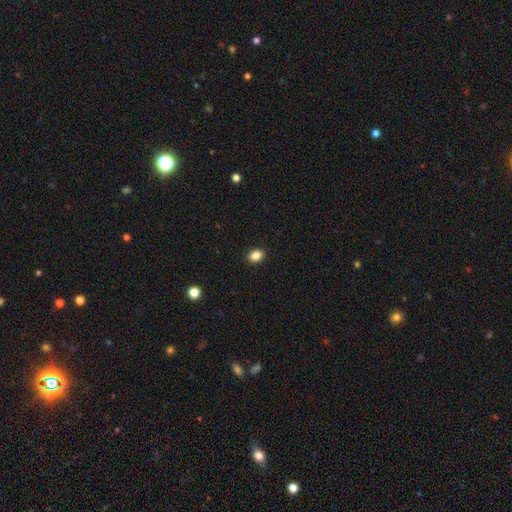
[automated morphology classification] Smooth or featured: smooth — 86% (star or artifact — 10%)
How rounded: in between — 55% (round — 44%)
Merging: none — 91% (minor disturbance — 6%)